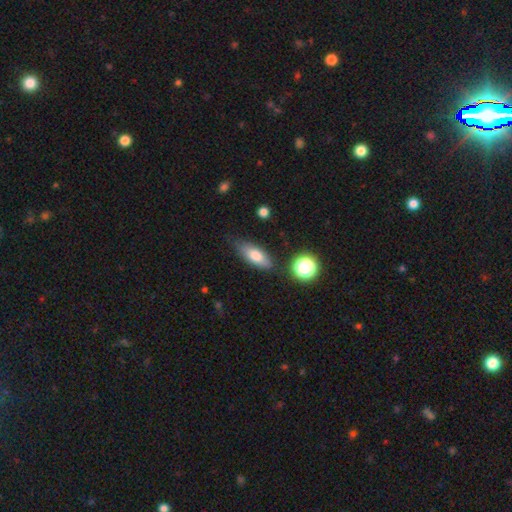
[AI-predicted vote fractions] A smooth galaxy with no disk features (74%) that is in between round and cigar-shaped (73%). Merging: none (78%).